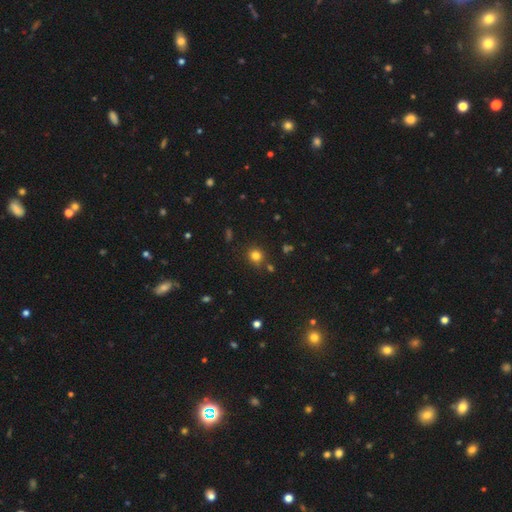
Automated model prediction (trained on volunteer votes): A smooth galaxy with no disk features (78%) that is round (88%).

Vote fractions:
- Smooth or featured? smooth: 78% / star or artifact: 16% / featured or disk: 6%
- How rounded? round: 88% / in between: 11% / cigar-shaped: 1%
- Merging? none: 82% / minor disturbance: 10% / merger: 5% / major disturbance: 3%